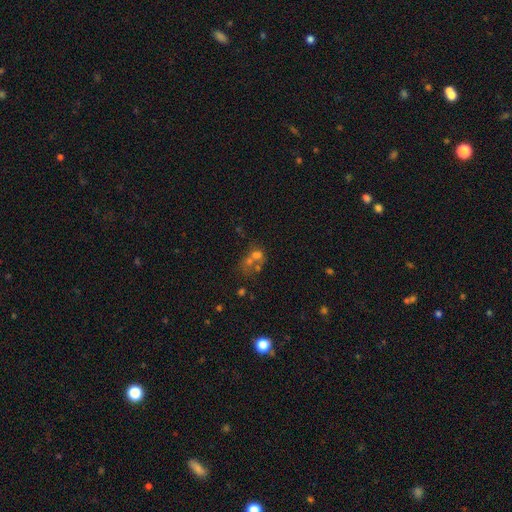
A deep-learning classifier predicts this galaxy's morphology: Smooth or featured? smooth (45%)
Merging? merger (53%)